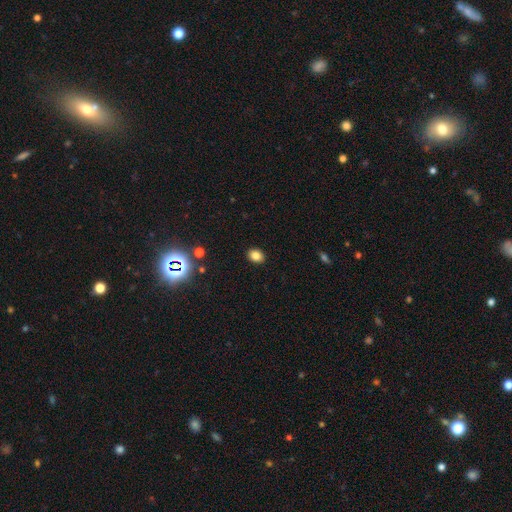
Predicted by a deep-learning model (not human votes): The model was most divided on "how rounded": in between: 61%, round: 38%, cigar-shaped: 1%. More confident: merging — none (90%); smooth or featured — smooth (82%).